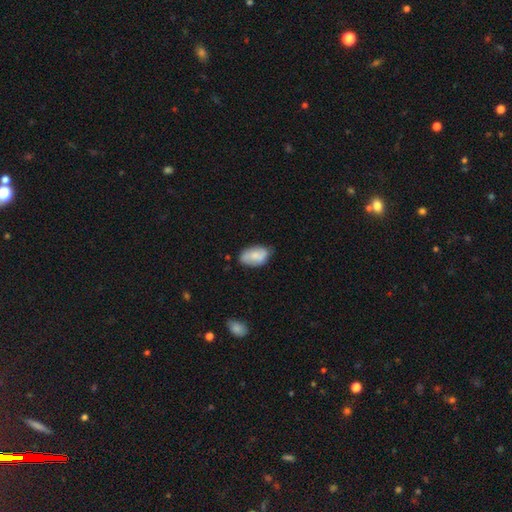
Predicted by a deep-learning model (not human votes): This appears to be a smooth galaxy with no disk features (71%) that is in between round and cigar-shaped (93%). Merging: none (65%).